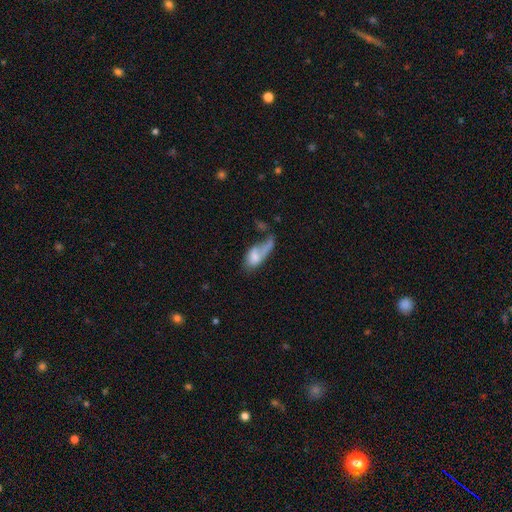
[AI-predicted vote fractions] Smooth or featured?
  - smooth: 60% *
  - featured or disk: 31%
  - star or artifact: 8%
How rounded?
  - in between: 84% *
  - cigar-shaped: 9%
  - round: 7%
Merging?
  - major disturbance: 39% *
  - merger: 28%
  - none: 18%
  - minor disturbance: 15%